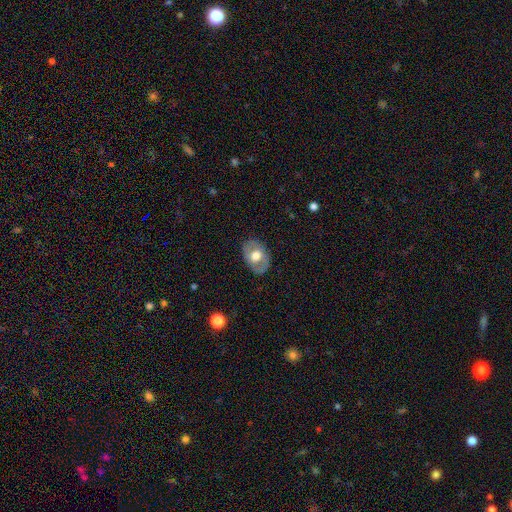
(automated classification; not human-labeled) Morphology: type=smooth (51%); roundness=in between (77%); merging=none (81%).